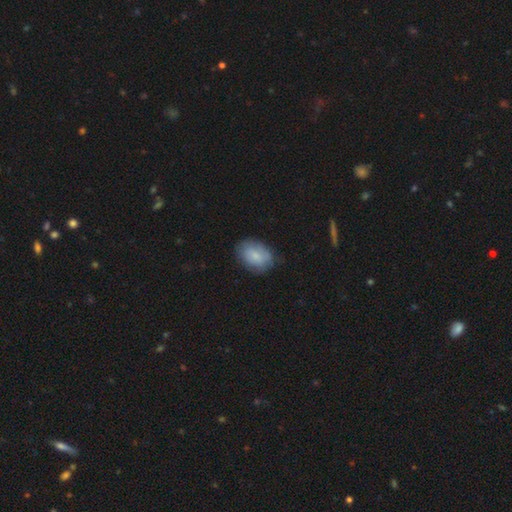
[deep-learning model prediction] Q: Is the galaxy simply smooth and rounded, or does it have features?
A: smooth — 80%.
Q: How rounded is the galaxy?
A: in between — 78%.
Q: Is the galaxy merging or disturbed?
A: none — 75%.